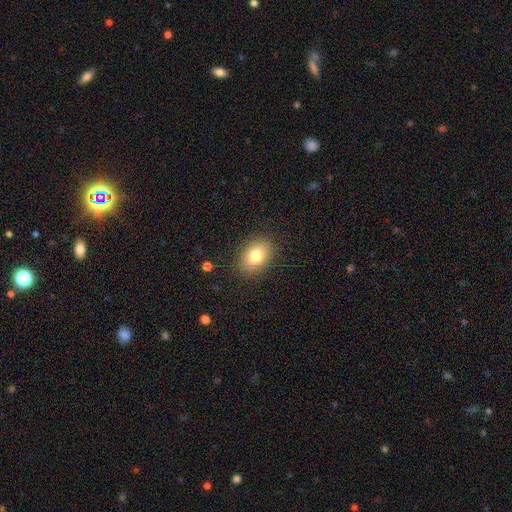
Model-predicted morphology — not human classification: Smooth or featured? Predicted: smooth (p=0.78). How rounded? Predicted: in between (p=0.74). Merging? Predicted: none (p=0.87).